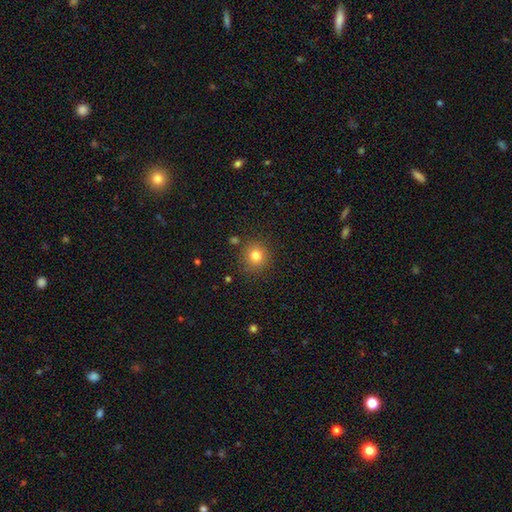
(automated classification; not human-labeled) A smooth galaxy with no disk features (80%) that is round (92%). Merging: none (87%).